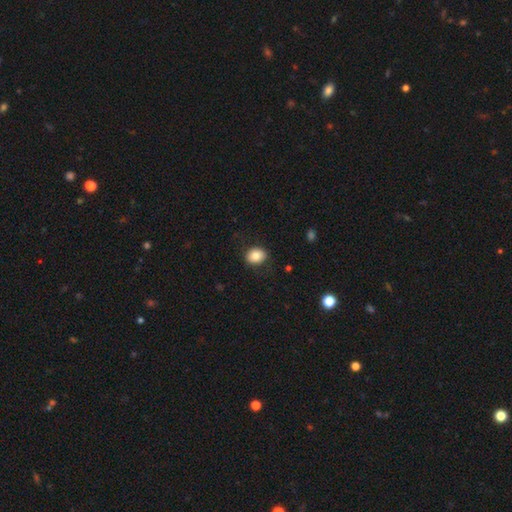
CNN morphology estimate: Smooth or featured?
  - smooth: 82% *
  - featured or disk: 9%
  - star or artifact: 9%
How rounded?
  - round: 53% *
  - in between: 46%
  - cigar-shaped: 1%
Merging?
  - none: 85% *
  - minor disturbance: 11%
  - major disturbance: 3%
  - merger: 1%